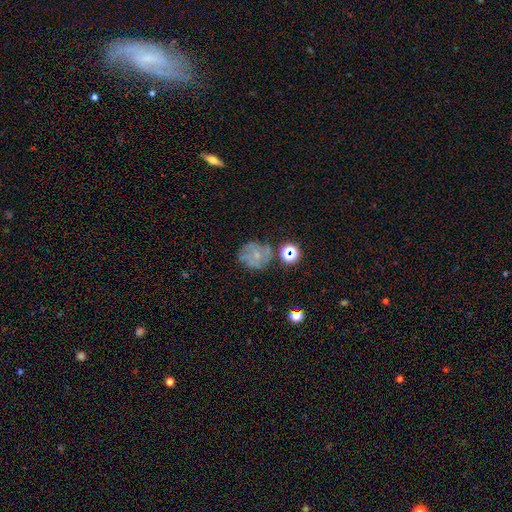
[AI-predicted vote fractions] A featured or disk galaxy (43%).

Vote fractions:
- Smooth or featured? featured or disk: 43% / smooth: 38% / star or artifact: 19%
- Merging? none: 61% / minor disturbance: 20% / major disturbance: 12% / merger: 8%